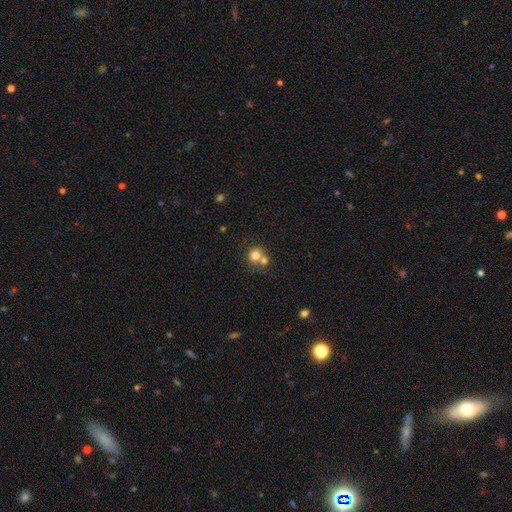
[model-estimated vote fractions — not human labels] A smooth galaxy with no disk features (77%) that is round (84%). Merging: merger (46%).